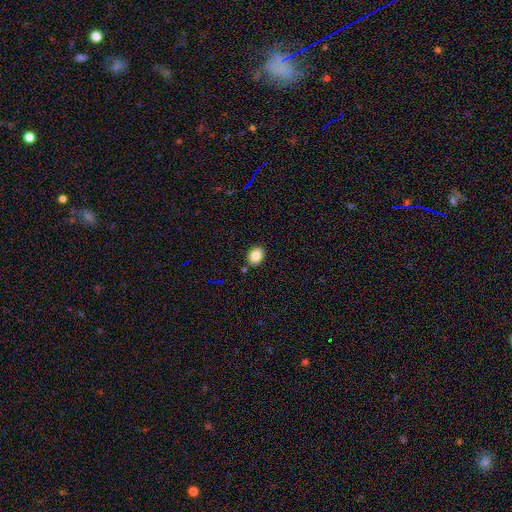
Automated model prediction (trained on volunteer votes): This is clearly a smooth galaxy (84%). How rounded: possibly in between (57%). Merging: clearly none (86%).